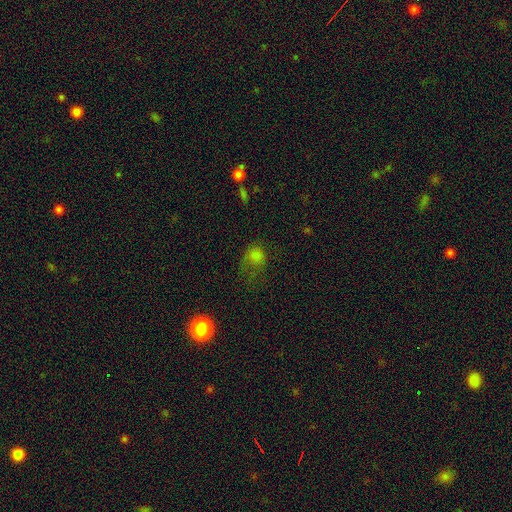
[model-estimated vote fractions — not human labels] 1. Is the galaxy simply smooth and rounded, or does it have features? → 68% smooth, 21% star or artifact, 11% featured or disk.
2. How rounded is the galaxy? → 65% round, 33% in between, 1% cigar-shaped.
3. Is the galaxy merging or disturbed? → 39% none, 34% major disturbance, 24% minor disturbance, 3% merger.